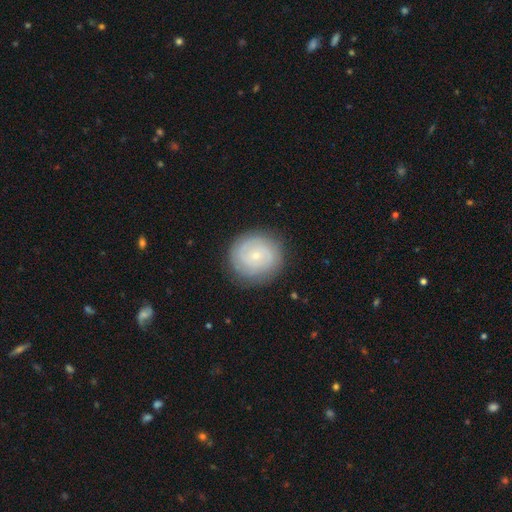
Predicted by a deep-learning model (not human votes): smooth-or-featured: featured or disk: 61% | smooth: 31% | star or artifact: 8%
  disk-edge-on: no: 98% | yes: 2%
    bar: no: 73% | weak: 23% | strong: 4%
    has-spiral-arms: yes: 88% | no: 12%
      spiral-winding: tight: 70% | medium: 24% | loose: 6%
      spiral-arm-count: 2: 40% | can't tell: 32% | 3: 14% | 4: 5% | 1: 5% | more than 4: 4%
    bulge-size: small: 80% | moderate: 16% | none: 2% | large: 1% | dominant: 1%
  merging: none: 86% | minor disturbance: 10% | major disturbance: 3% | merger: 1%